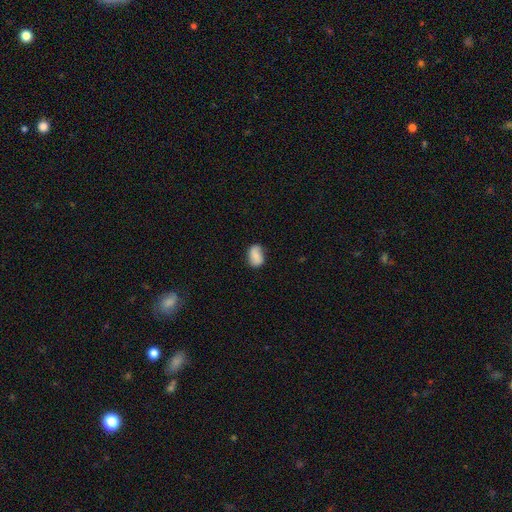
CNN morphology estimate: This appears to be a smooth galaxy with no disk features (76%) that is in between round and cigar-shaped (81%). Merging: none (68%).